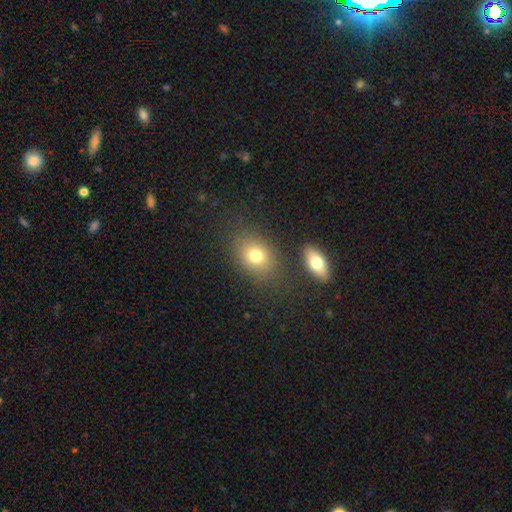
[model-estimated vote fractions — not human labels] This appears to be a smooth galaxy with no disk features (76%) that is in between round and cigar-shaped (62%). Merging: none (75%).